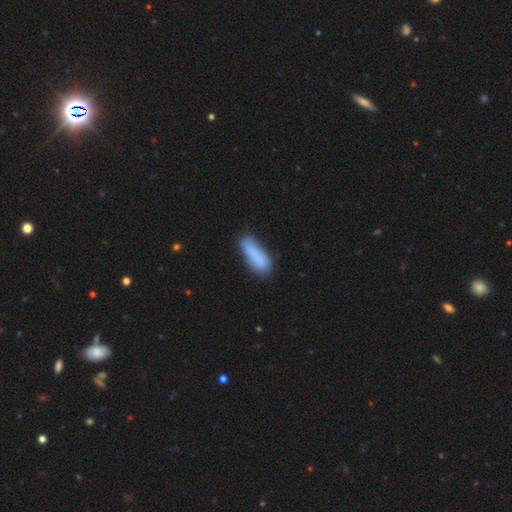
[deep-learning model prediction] Smooth or featured?
  - smooth: 81% *
  - featured or disk: 11%
  - star or artifact: 7%
How rounded?
  - cigar-shaped: 50% *
  - in between: 48%
  - round: 2%
Merging?
  - none: 67% *
  - minor disturbance: 23%
  - major disturbance: 6%
  - merger: 4%